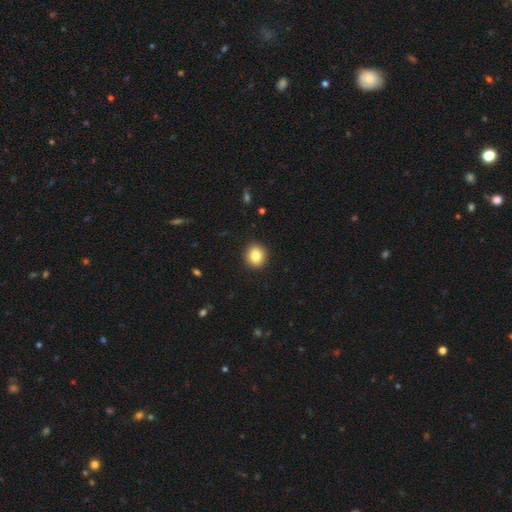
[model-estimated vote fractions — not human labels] Q: Smooth or featured?
A: smooth (84%); runner-up: star or artifact (9%)
Q: How rounded?
A: round (78%); runner-up: in between (21%)
Q: Merging?
A: none (92%); runner-up: minor disturbance (6%)